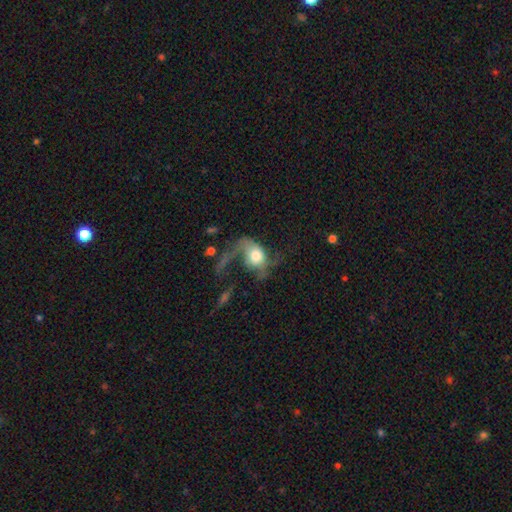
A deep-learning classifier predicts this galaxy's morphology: Q: Smooth or featured?
A: featured or disk (53%); runner-up: smooth (39%)
Q: Edge-on disk?
A: no (95%); runner-up: yes (5%)
Q: Merging?
A: major disturbance (59%); runner-up: none (19%)